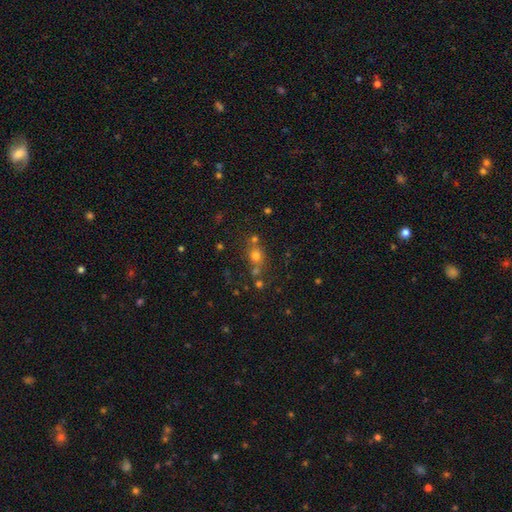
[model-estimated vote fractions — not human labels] Smooth or featured?
  - smooth: 62% *
  - star or artifact: 25%
  - featured or disk: 13%
How rounded?
  - round: 79% *
  - in between: 20%
  - cigar-shaped: 2%
Merging?
  - none: 62% *
  - merger: 22%
  - minor disturbance: 11%
  - major disturbance: 5%